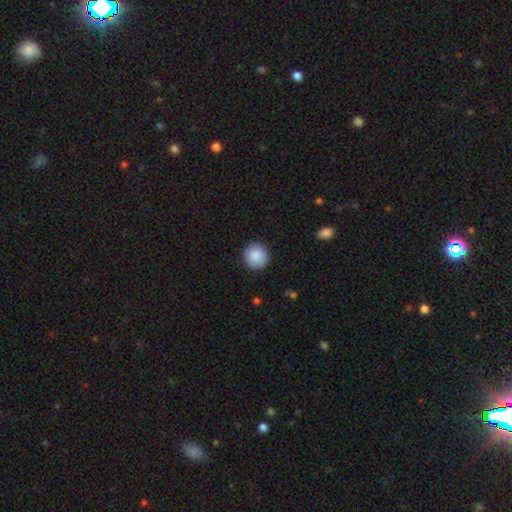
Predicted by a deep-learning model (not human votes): Morphology: type=smooth (88%); roundness=round (92%); merging=none (90%).